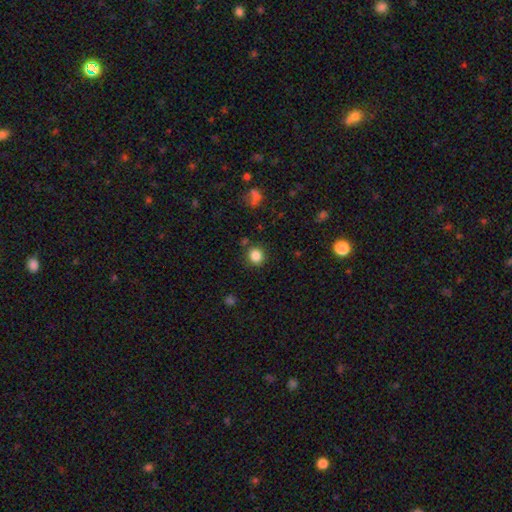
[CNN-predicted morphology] Smooth or featured? Predicted: smooth (p=0.84). How rounded? Predicted: round (p=0.88). Merging? Predicted: none (p=0.87).